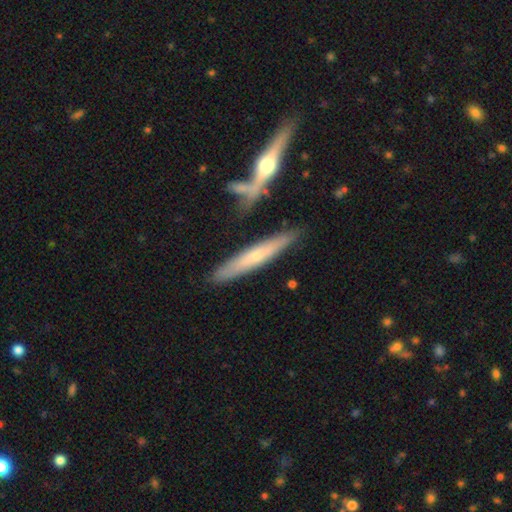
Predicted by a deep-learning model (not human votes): A featured or disk galaxy (48%). Merging: none (78%).